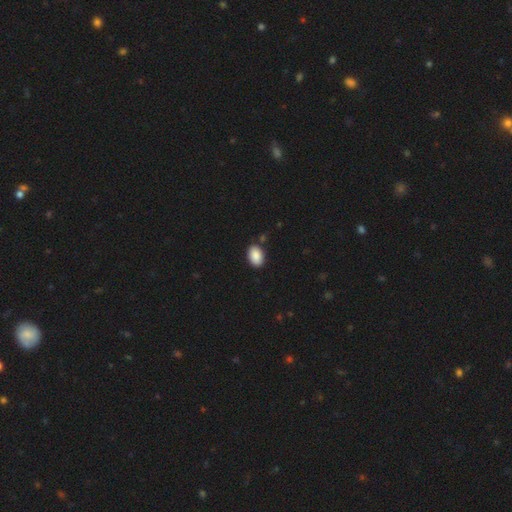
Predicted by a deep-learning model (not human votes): A smooth galaxy with no disk features (89%) that is in between round and cigar-shaped (88%). Merging: none (86%).